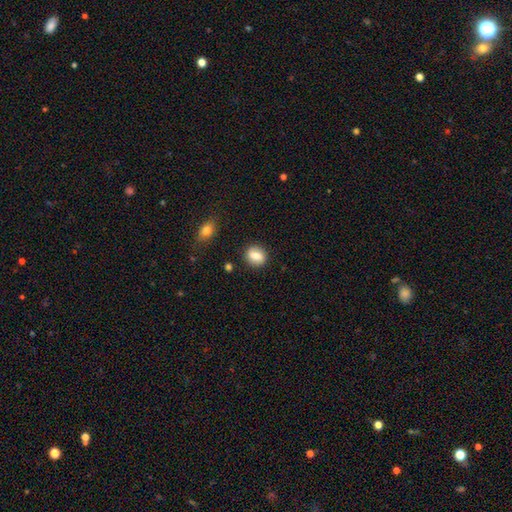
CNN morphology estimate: This appears to be a smooth galaxy with no disk features (77%) that is round (63%). Merging: none (84%).